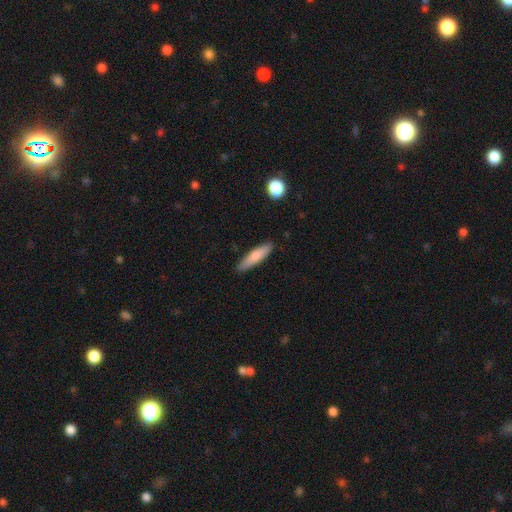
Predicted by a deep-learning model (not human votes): Smooth or featured? Predicted: smooth (p=0.76). How rounded? Predicted: cigar-shaped (p=0.78). Merging? Predicted: none (p=0.87).